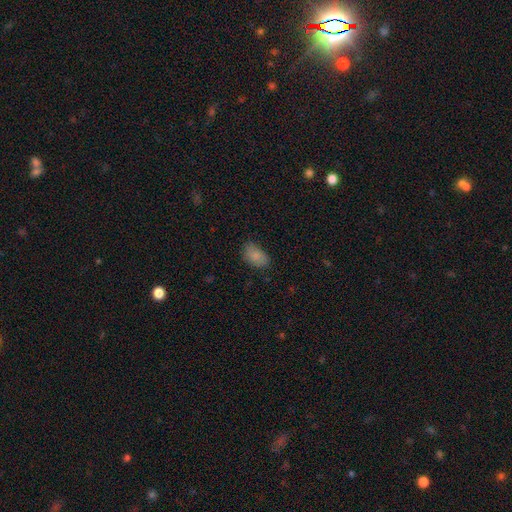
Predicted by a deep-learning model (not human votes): Smooth or featured?
  - smooth: 85% *
  - star or artifact: 8%
  - featured or disk: 7%
How rounded?
  - in between: 91% *
  - round: 8%
  - cigar-shaped: 1%
Merging?
  - none: 74% *
  - minor disturbance: 20%
  - major disturbance: 4%
  - merger: 1%